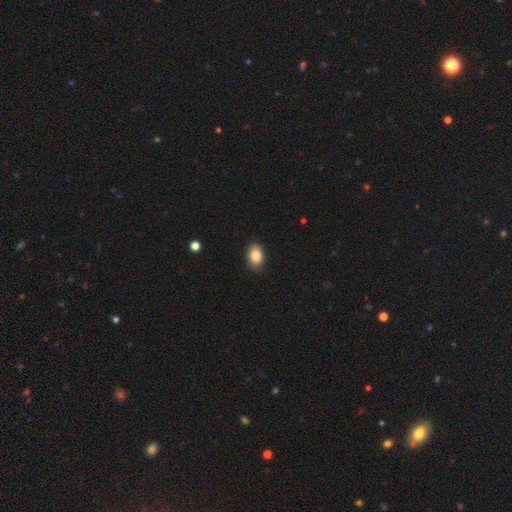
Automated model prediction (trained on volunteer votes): A smooth galaxy with no disk features (87%) that is in between round and cigar-shaped (86%). Merging: none (82%).